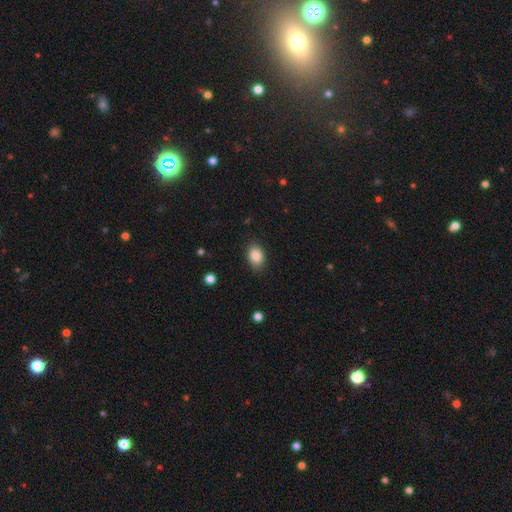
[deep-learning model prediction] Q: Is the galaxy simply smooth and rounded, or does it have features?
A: smooth — 86%.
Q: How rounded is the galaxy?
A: in between — 78%.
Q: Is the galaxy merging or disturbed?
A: none — 85%.